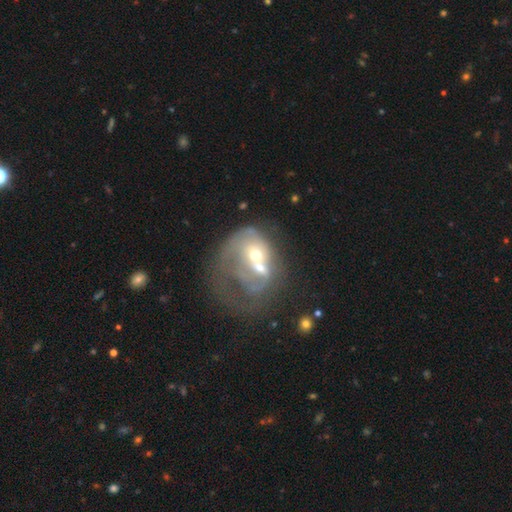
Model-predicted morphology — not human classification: featured or disk 60%, smooth 30%, star or artifact 10%. Down the decision tree: edge-on disk — no (96%); bar — no (76%); spiral arms — no (59%); bulge size — moderate (61%); merging — merger (58%).